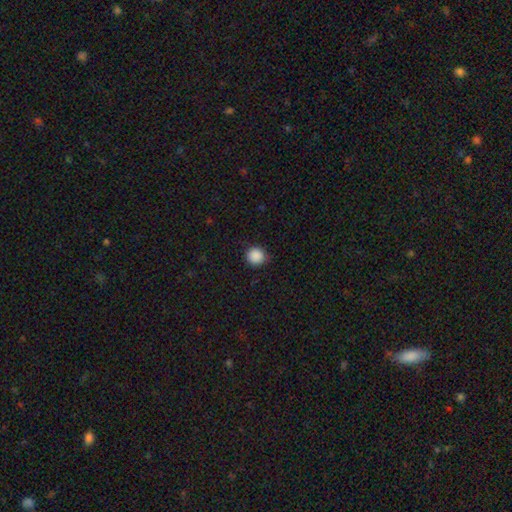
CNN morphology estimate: smooth-or-featured: smooth: 88% | star or artifact: 9% | featured or disk: 2%
  how-rounded: round: 91% | in between: 8% | cigar-shaped: 1%
  merging: none: 85% | minor disturbance: 12% | major disturbance: 2% | merger: 1%